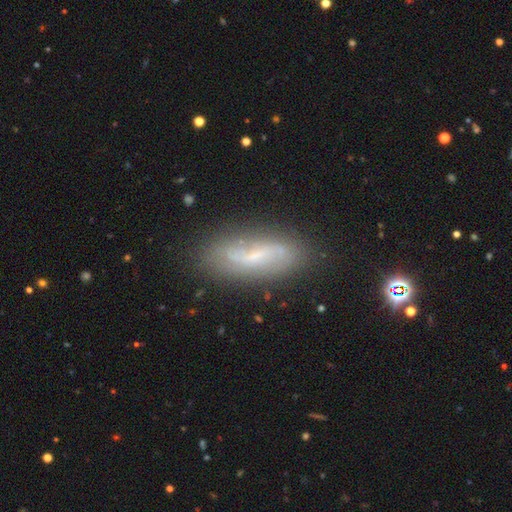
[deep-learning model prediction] A featured or disk galaxy (60%). Merging: none (76%).